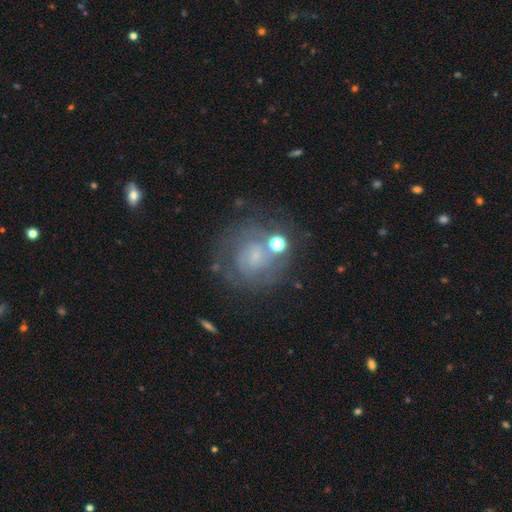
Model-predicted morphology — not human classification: Overall: featured or disk (59%; smooth 27%). Edge-on disk: no (98%). Bar: no (66%; weak 28%). Spiral arms: yes (75%). Bulge size: small (55%; none 23%). Merging: none (63%).